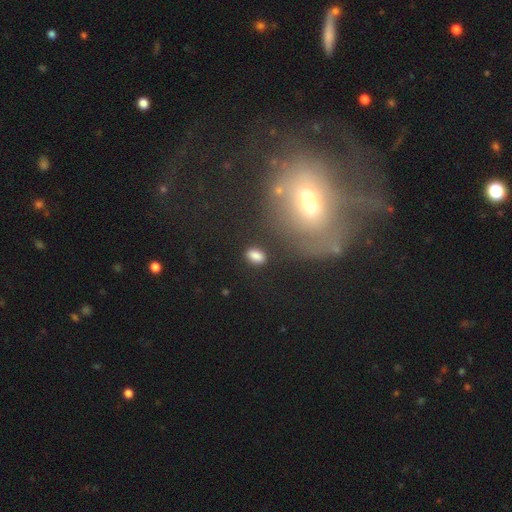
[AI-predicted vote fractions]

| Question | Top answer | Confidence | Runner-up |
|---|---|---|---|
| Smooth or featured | smooth | 84% | star or artifact (10%) |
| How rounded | in between | 85% | round (12%) |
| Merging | none | 84% | minor disturbance (9%) |